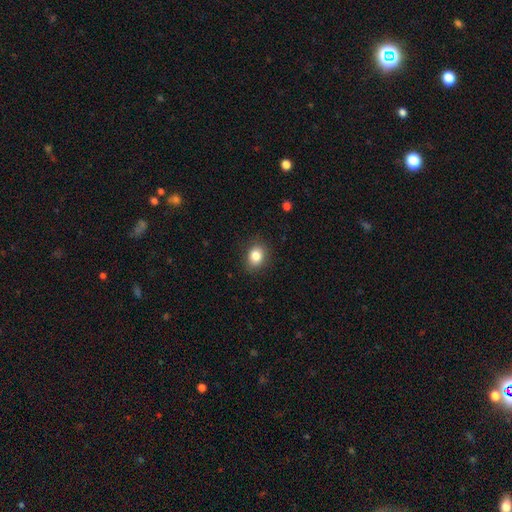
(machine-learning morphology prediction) The model was most divided on "how rounded": round: 52%, in between: 47%, cigar-shaped: 1%. More confident: merging — none (86%); smooth or featured — smooth (84%).